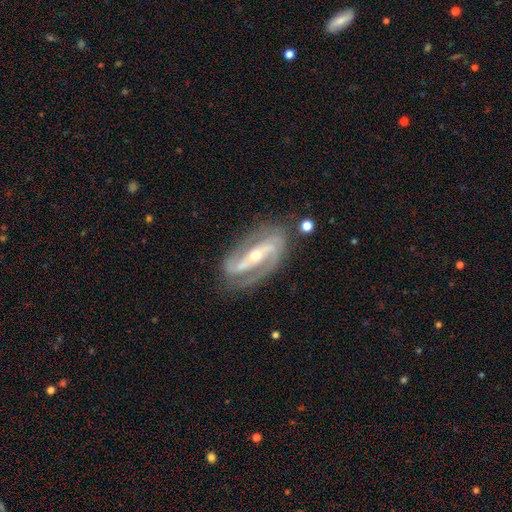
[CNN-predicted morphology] The model was most divided on "bulge size": moderate: 50%, small: 46%, large: 2%, none: 1%, dominant: 1%. Remaining: spiral arms — yes (97%); edge-on disk — no (95%); smooth or featured — featured or disk (92%); spiral arm count — 2 (90%); merging — none (77%); bar — strong (63%); spiral winding — medium (48%).